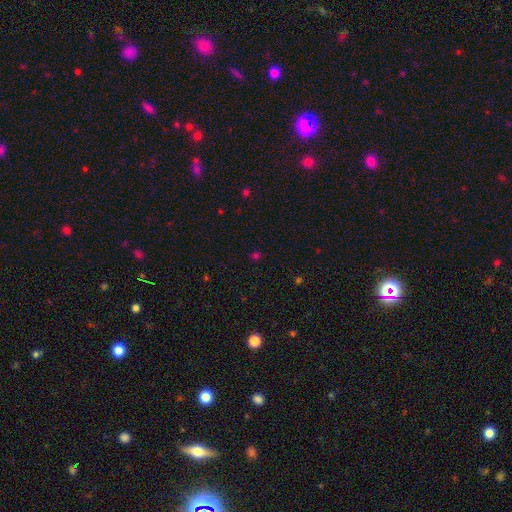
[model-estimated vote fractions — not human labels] Smooth or featured? Predicted: smooth (p=0.48). Merging? Predicted: none (p=0.83).